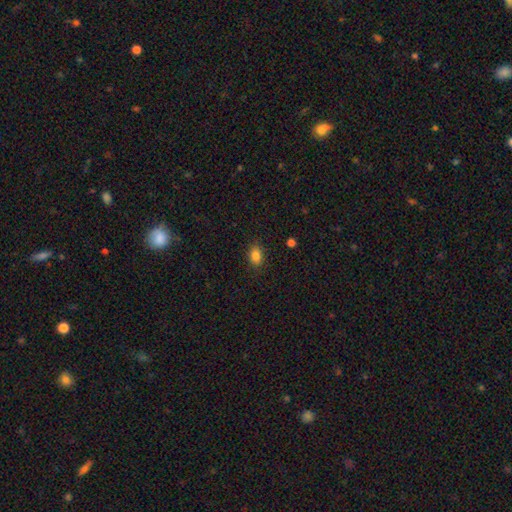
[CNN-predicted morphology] This appears to be a smooth galaxy with no disk features (85%) that is in between round and cigar-shaped (77%). Merging: none (87%).